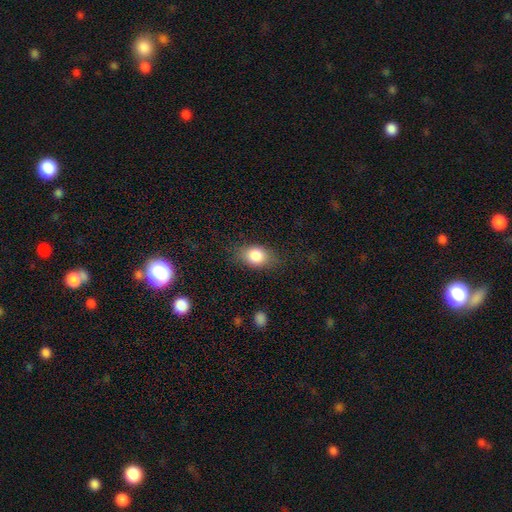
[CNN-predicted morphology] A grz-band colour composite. It shows a smooth galaxy with no disk features (83%) that is in between round and cigar-shaped (68%). Merging: none (75%).